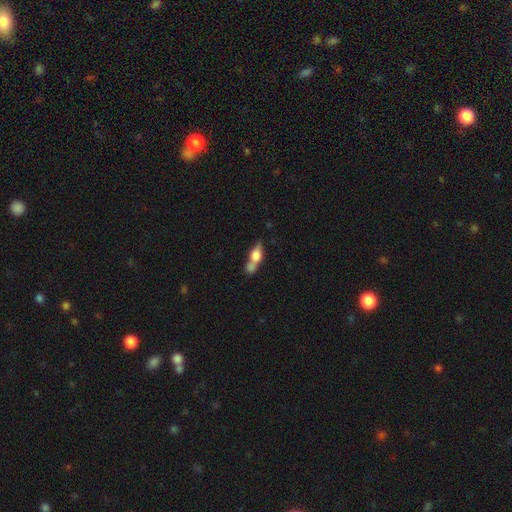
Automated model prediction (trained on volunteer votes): Overall: smooth (58%; featured or disk 33%). How rounded: in between (60%; cigar-shaped 29%). Merging: merger (44%; none 33%).